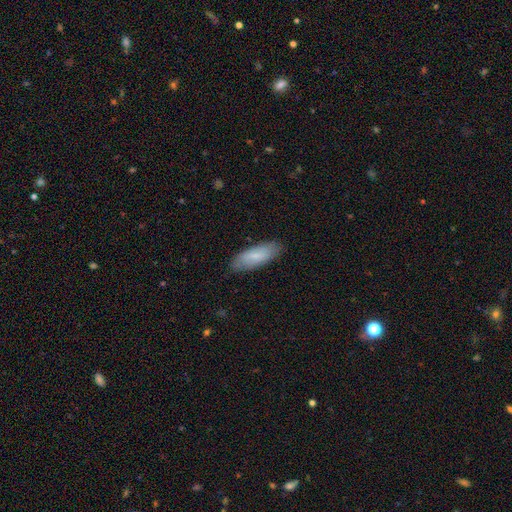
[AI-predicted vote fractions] Overall: smooth (76%). How rounded: in between (66%; cigar-shaped 32%). Merging: none (84%).